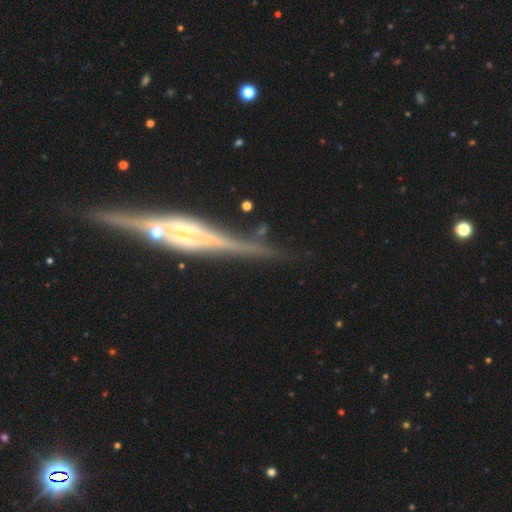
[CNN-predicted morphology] The model was most divided on "edge-on bulge": rounded: 49%, boxy: 39%, none: 11%. More confident: edge-on disk — yes (95%); smooth or featured — featured or disk (85%); merging — none (75%).